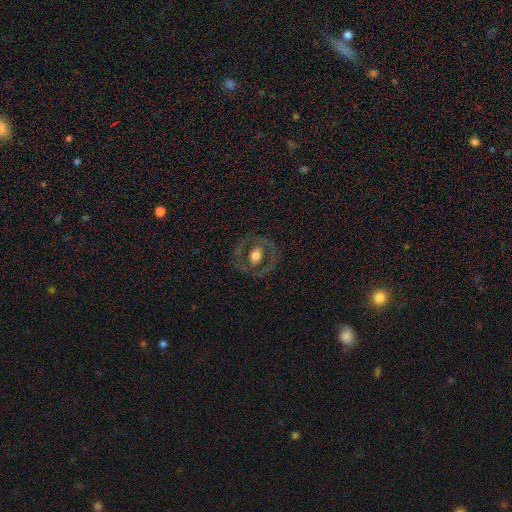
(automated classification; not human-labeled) A featured or disk galaxy (52%). Merging: none (79%).